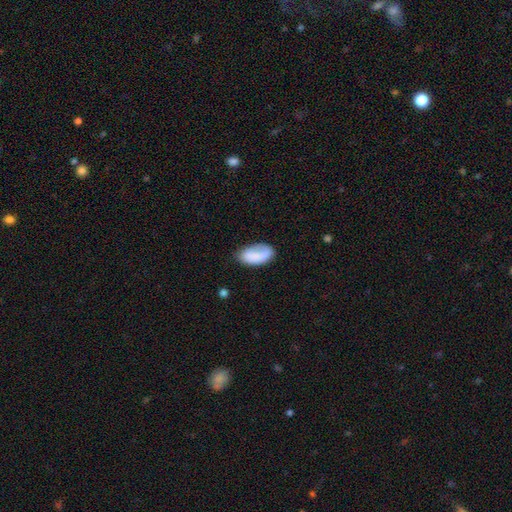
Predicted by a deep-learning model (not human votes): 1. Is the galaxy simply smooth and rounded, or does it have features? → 79% smooth, 14% featured or disk, 7% star or artifact.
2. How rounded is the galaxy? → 94% in between, 4% round, 2% cigar-shaped.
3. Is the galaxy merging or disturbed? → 61% none, 26% minor disturbance, 10% major disturbance, 3% merger.